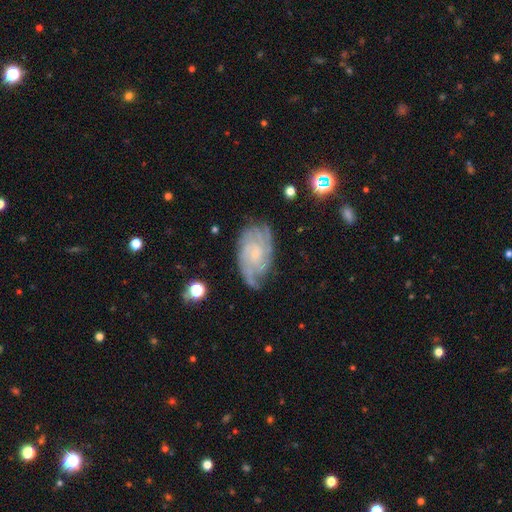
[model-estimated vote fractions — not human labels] featured or disk 83%, smooth 11%, star or artifact 6%. Down the decision tree: edge-on disk — no (96%); bar — no (60%); spiral arms — yes (96%); spiral arm count — can't tell (34%); spiral winding — tight (67%); bulge size — small (70%); merging — none (67%).